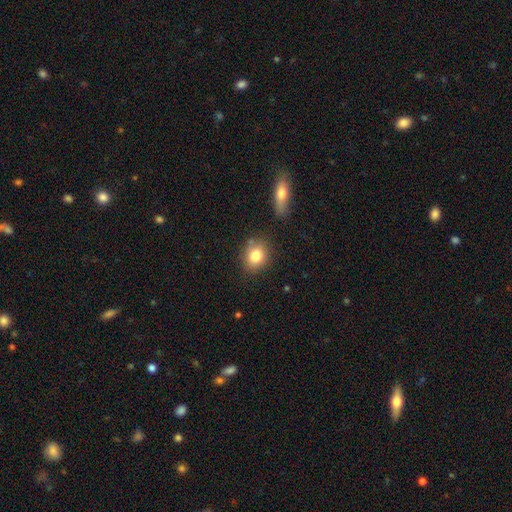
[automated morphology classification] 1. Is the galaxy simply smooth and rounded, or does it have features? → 81% smooth, 9% featured or disk, 9% star or artifact.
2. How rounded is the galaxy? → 59% round, 39% in between, 1% cigar-shaped.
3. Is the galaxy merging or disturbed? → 78% none, 13% minor disturbance, 5% merger, 3% major disturbance.